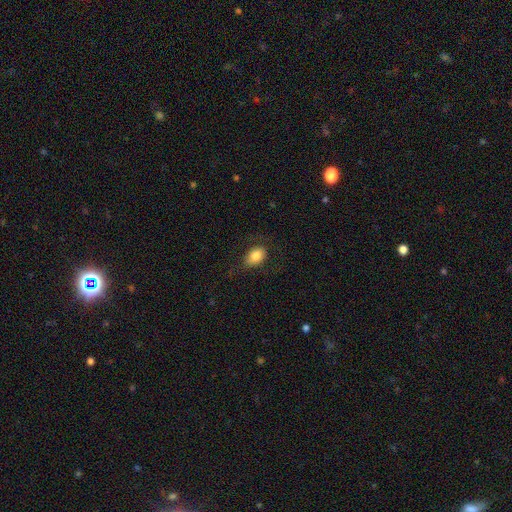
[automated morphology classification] This is clearly a smooth galaxy (81%). How rounded: clearly in between (82%). Merging: likely none (72%).